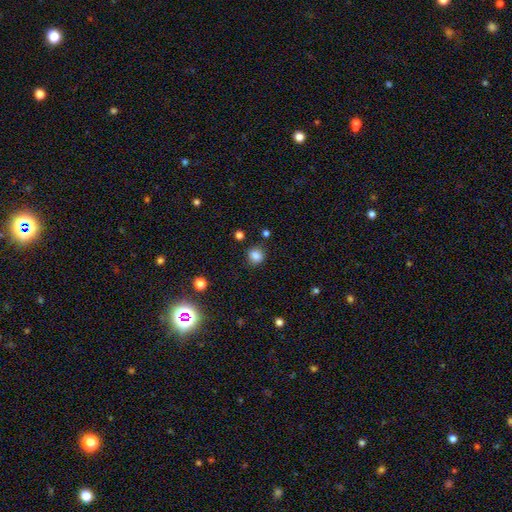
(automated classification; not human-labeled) smooth-or-featured: smooth: 84% | star or artifact: 12% | featured or disk: 4%
  how-rounded: round: 81% | in between: 18% | cigar-shaped: 1%
  merging: none: 83% | minor disturbance: 11% | merger: 3% | major disturbance: 3%